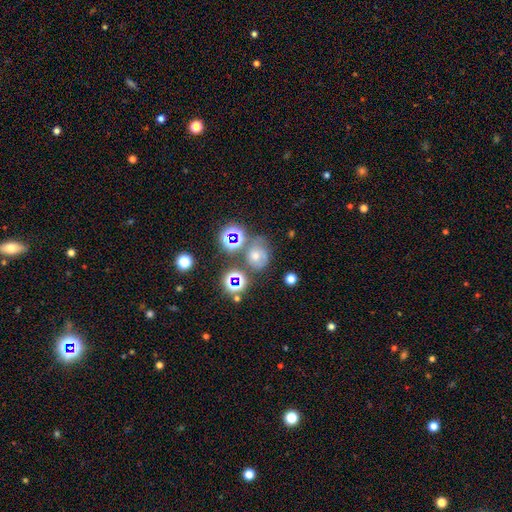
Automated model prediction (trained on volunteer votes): The model was most divided on "smooth or featured": star or artifact: 39%, smooth: 33%, featured or disk: 28%.